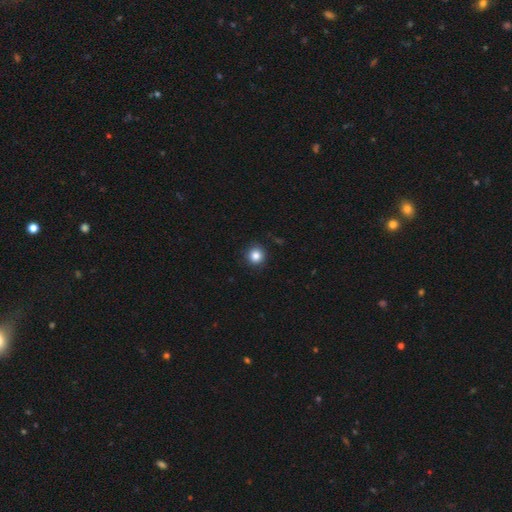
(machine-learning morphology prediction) A smooth galaxy with no disk features (84%) that is round (94%). Merging: none (90%).